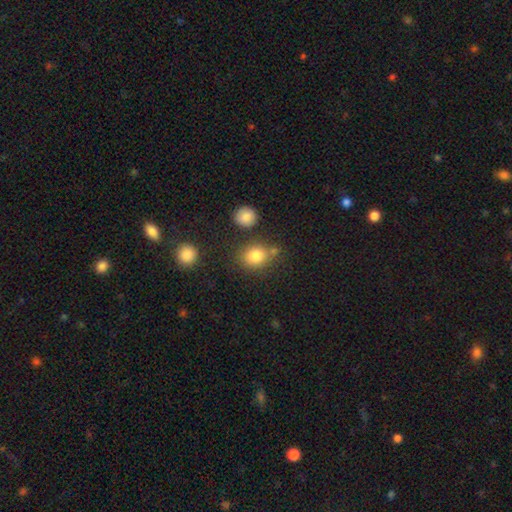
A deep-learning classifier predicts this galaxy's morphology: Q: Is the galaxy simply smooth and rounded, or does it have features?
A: smooth — 82%.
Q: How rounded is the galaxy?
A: round — 56%.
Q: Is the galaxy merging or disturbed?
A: none — 68%.